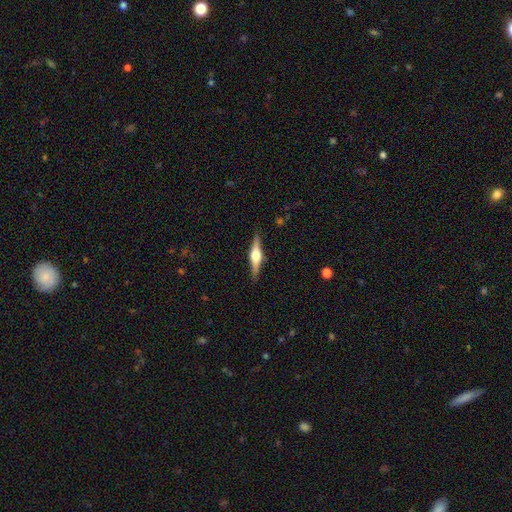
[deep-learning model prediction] The model was most divided on "smooth or featured": featured or disk: 74%, smooth: 20%, star or artifact: 6%. More confident: edge-on disk — yes (98%); edge-on bulge — rounded (92%); merging — none (89%).